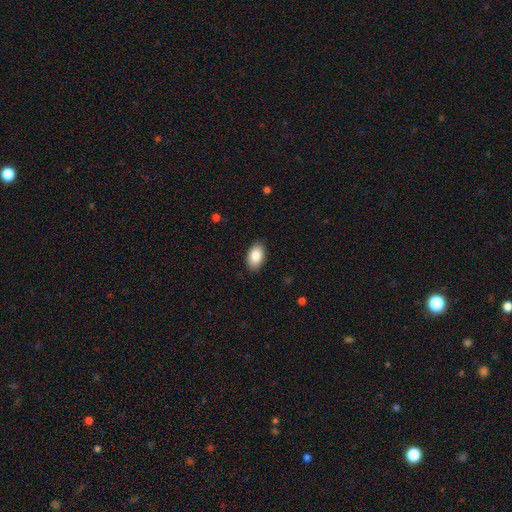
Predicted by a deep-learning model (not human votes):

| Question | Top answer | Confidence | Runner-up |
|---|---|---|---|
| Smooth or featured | smooth | 85% | featured or disk (8%) |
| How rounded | in between | 93% | round (6%) |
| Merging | none | 88% | minor disturbance (9%) |